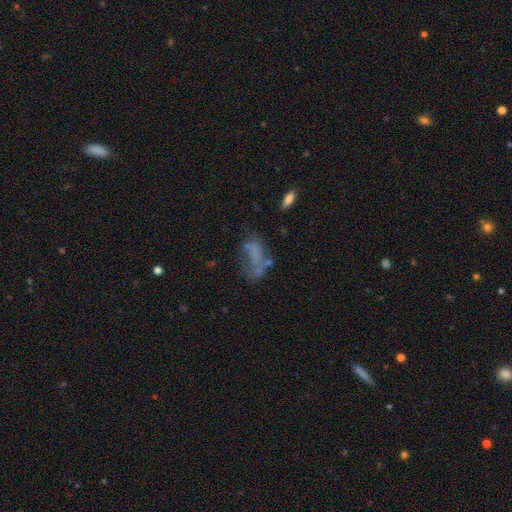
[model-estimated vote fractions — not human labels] Morphology: type=featured or disk (41%); merging=none (36%).